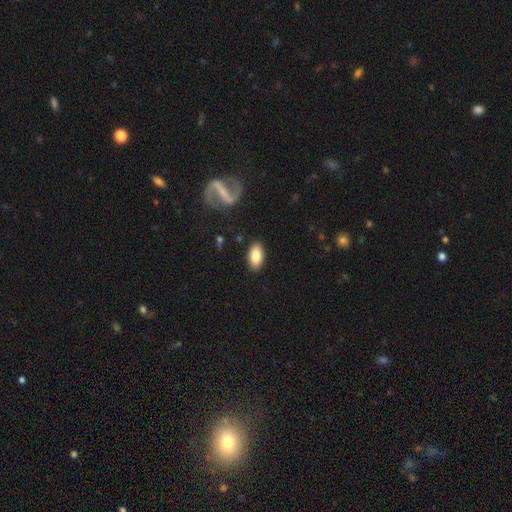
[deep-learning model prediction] Overall: smooth (82%). How rounded: in between (93%). Merging: none (86%).